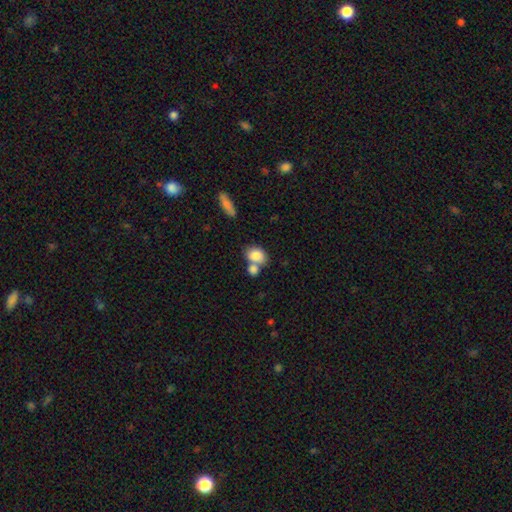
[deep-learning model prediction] Smooth or featured? smooth (83%)
How rounded? in between (68%)
Merging? merger (48%)